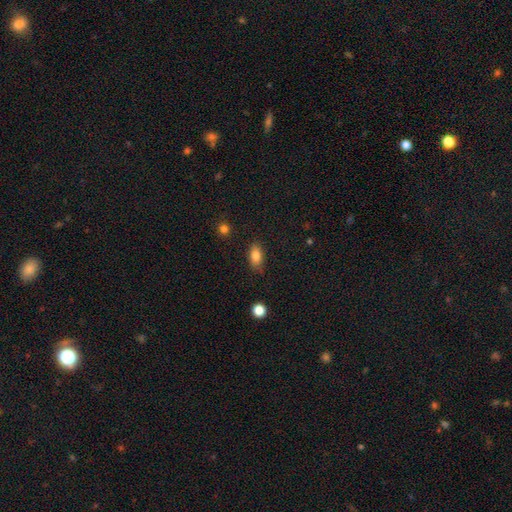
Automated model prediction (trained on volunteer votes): Smooth or featured? smooth (82%)
How rounded? in between (86%)
Merging? none (79%)